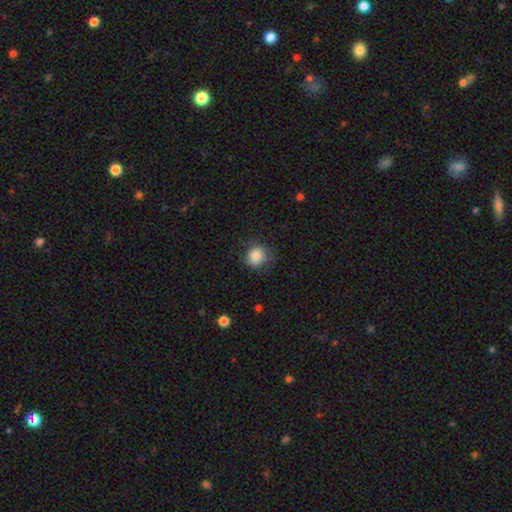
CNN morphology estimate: smooth-or-featured: smooth: 85% | star or artifact: 9% | featured or disk: 7%
  how-rounded: round: 82% | in between: 17% | cigar-shaped: 1%
  merging: none: 72% | minor disturbance: 20% | major disturbance: 7% | merger: 1%